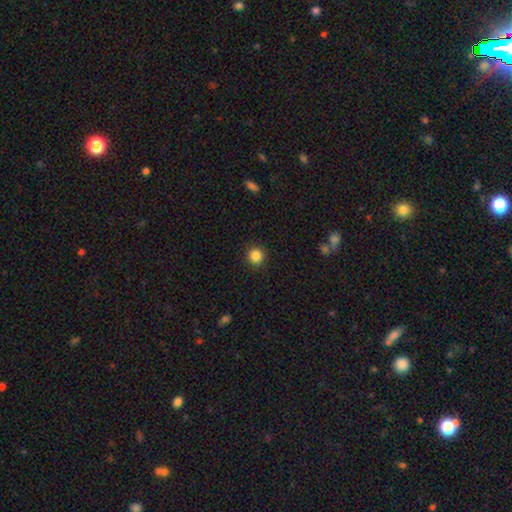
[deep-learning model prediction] Q: Smooth or featured?
A: smooth (85%); runner-up: star or artifact (11%)
Q: How rounded?
A: round (94%); runner-up: in between (5%)
Q: Merging?
A: none (92%); runner-up: minor disturbance (5%)